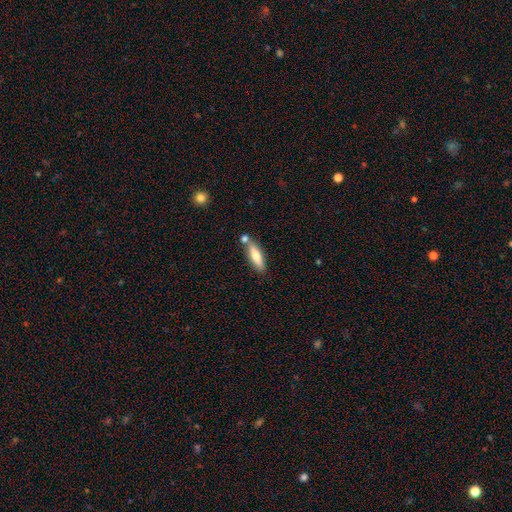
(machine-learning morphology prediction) A smooth galaxy with no disk features (70%) that is cigar-shaped (53%). Merging: none (65%).